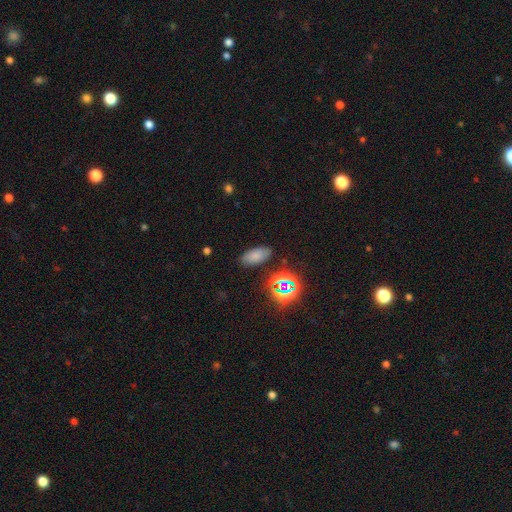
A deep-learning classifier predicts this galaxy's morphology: smooth 71%, star or artifact 20%, featured or disk 9%. Down the decision tree: how rounded — in between (89%); merging — none (85%).